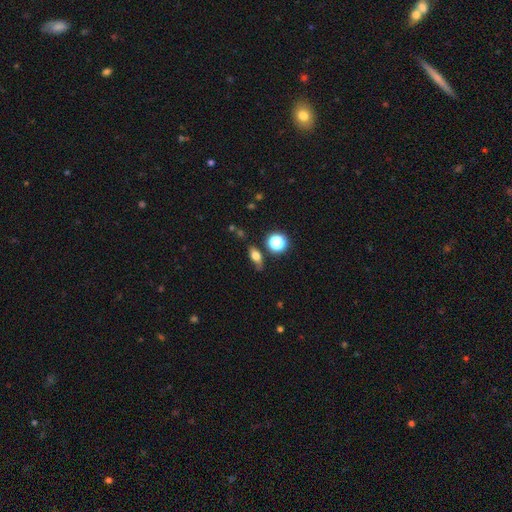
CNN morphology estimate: Overall: smooth (66%). How rounded: in between (65%). Merging: none (68%).